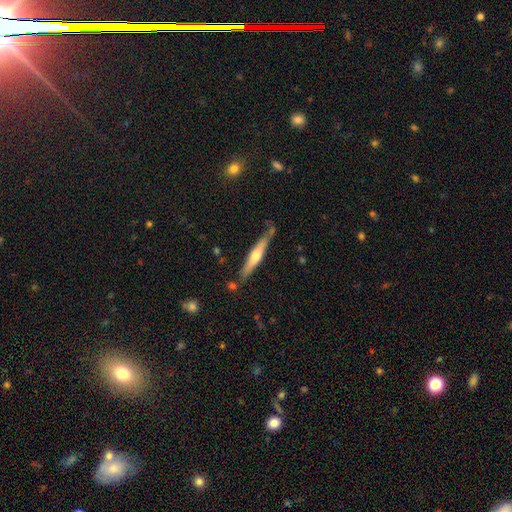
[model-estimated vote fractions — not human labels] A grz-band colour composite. It shows a featured or disk galaxy (52%) viewed edge-on (93%). Merging: none (73%).